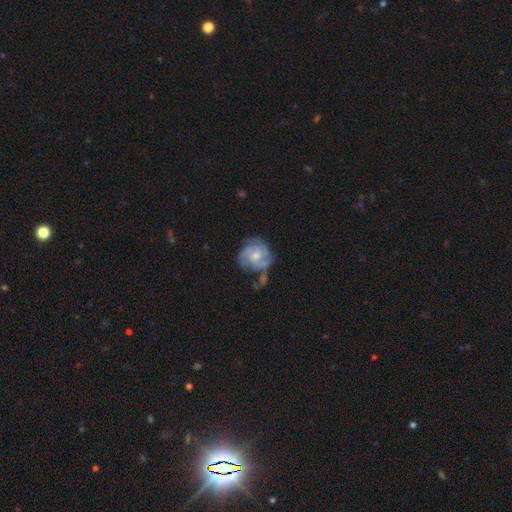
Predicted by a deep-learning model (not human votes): Morphology: type=featured or disk (79%); edge-on=no (98%); bar=no (65%); spiral arms=yes (93%); winding=tight (46%); arm count=3 (43%); bulge=moderate (49%); merging=none (56%).